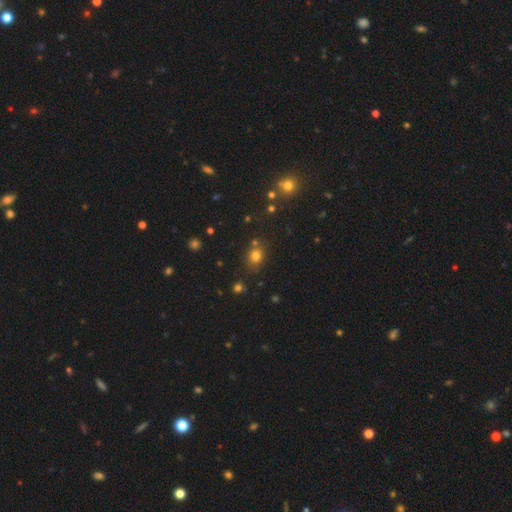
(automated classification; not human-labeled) Morphology: type=smooth (75%); roundness=round (63%); merging=none (75%).